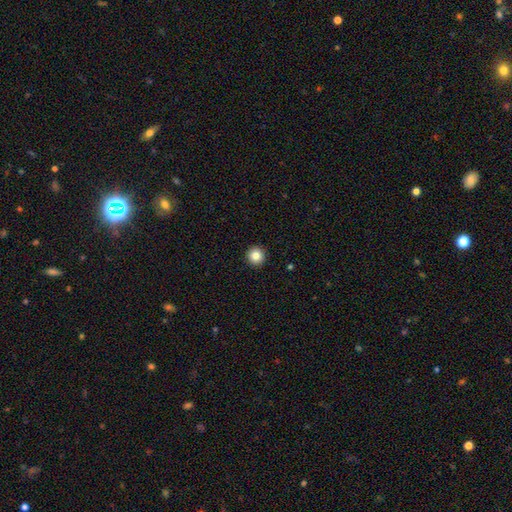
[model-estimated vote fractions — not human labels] This appears to be a smooth galaxy with no disk features (83%) that is round (95%). Merging: none (94%).